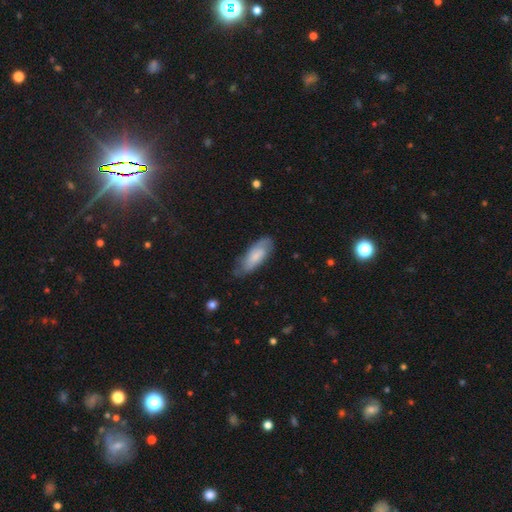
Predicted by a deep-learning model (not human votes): This is likely a smooth galaxy (60%). How rounded: likely in between (75%). Merging: likely none (68%).